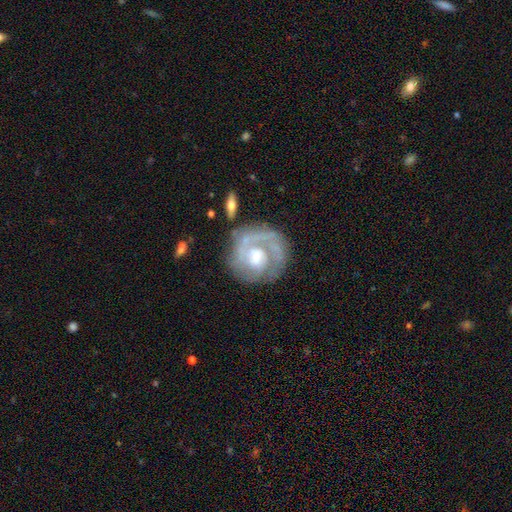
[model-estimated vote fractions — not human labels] smooth-or-featured: featured or disk: 80% | smooth: 14% | star or artifact: 6%
  disk-edge-on: no: 98% | yes: 2%
    bar: no: 60% | weak: 32% | strong: 7%
    has-spiral-arms: yes: 87% | no: 13%
      spiral-winding: tight: 65% | medium: 26% | loose: 9%
      spiral-arm-count: 1: 46% | 2: 20% | can't tell: 20% | 3: 8% | 4: 3% | more than 4: 3%
    bulge-size: moderate: 55% | large: 19% | small: 18% | none: 6% | dominant: 2%
  merging: none: 65% | minor disturbance: 17% | major disturbance: 13% | merger: 4%